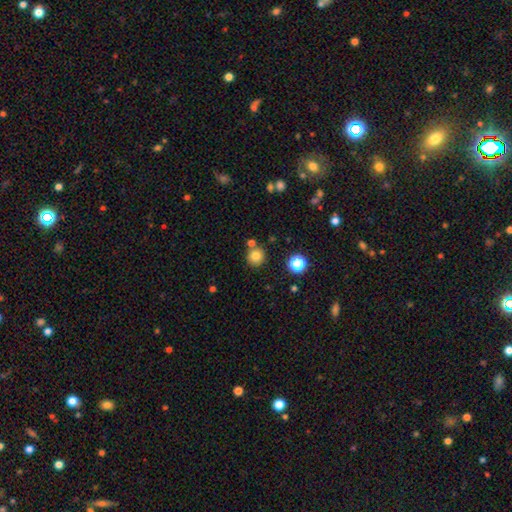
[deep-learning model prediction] A smooth galaxy with no disk features (80%) that is round (92%).

Vote fractions:
- Smooth or featured? smooth: 80% / star or artifact: 13% / featured or disk: 7%
- How rounded? round: 92% / in between: 7% / cigar-shaped: 1%
- Merging? none: 77% / merger: 12% / minor disturbance: 8% / major disturbance: 3%